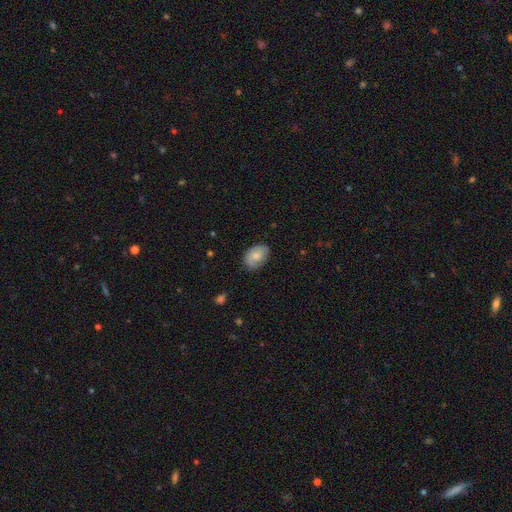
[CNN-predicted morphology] type=smooth (70%); roundness=in between (83%); merging=none (70%).